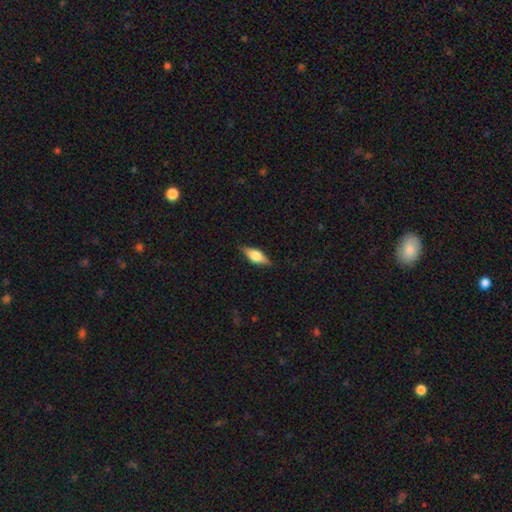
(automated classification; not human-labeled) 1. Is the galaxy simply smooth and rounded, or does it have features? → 53% smooth, 40% featured or disk, 7% star or artifact.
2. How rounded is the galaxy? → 71% in between, 26% cigar-shaped, 4% round.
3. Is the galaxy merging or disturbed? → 85% none, 12% minor disturbance, 2% major disturbance, 1% merger.